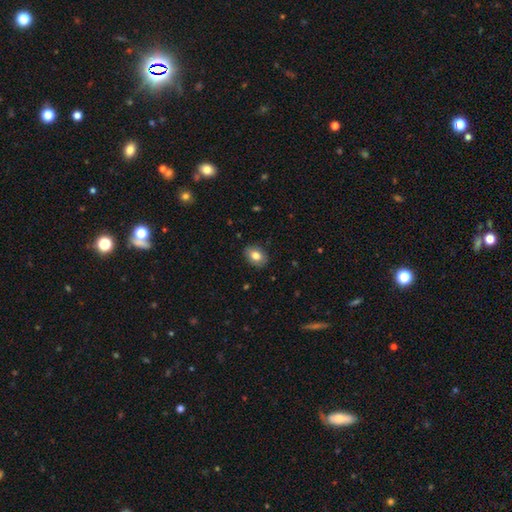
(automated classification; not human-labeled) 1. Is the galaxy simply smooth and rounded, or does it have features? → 80% smooth, 12% featured or disk, 8% star or artifact.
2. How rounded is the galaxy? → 71% in between, 28% round, 1% cigar-shaped.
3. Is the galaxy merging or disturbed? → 84% none, 12% minor disturbance, 3% major disturbance, 1% merger.